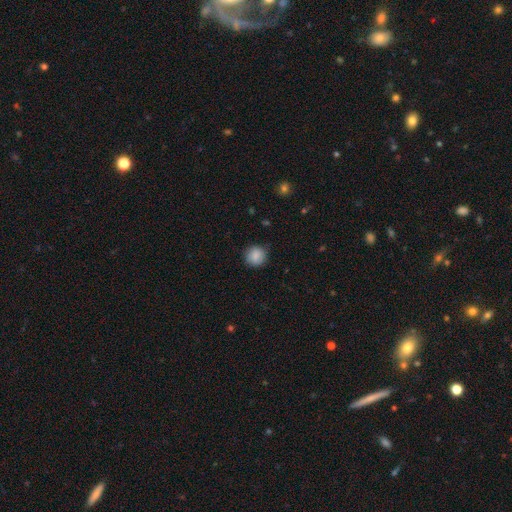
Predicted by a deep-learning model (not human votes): Overall: smooth (87%). How rounded: round (89%). Merging: none (84%).